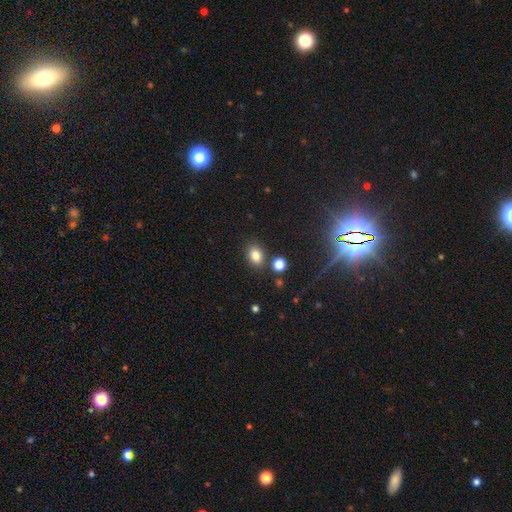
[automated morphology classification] Smooth or featured?
  - smooth: 81% *
  - star or artifact: 12%
  - featured or disk: 7%
How rounded?
  - in between: 68% *
  - round: 31%
  - cigar-shaped: 1%
Merging?
  - none: 76% *
  - minor disturbance: 12%
  - merger: 9%
  - major disturbance: 3%